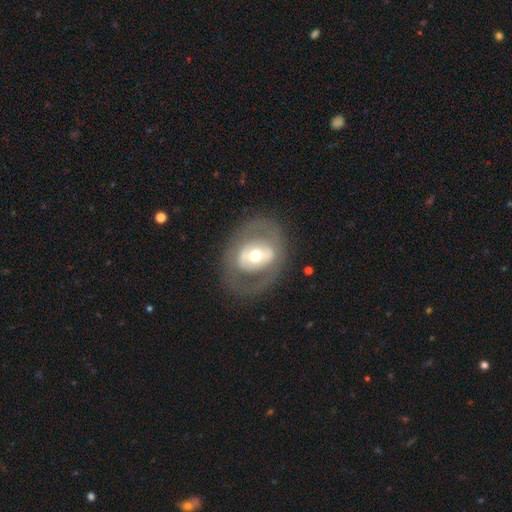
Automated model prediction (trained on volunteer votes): This is likely a featured or disk galaxy (65%). It is clearly not viewed edge-on (94%). Bar: marginally no (43%). Spiral arm pattern: likely no (73%). Central bulge: likely moderate (66%). Merging: likely none (73%).